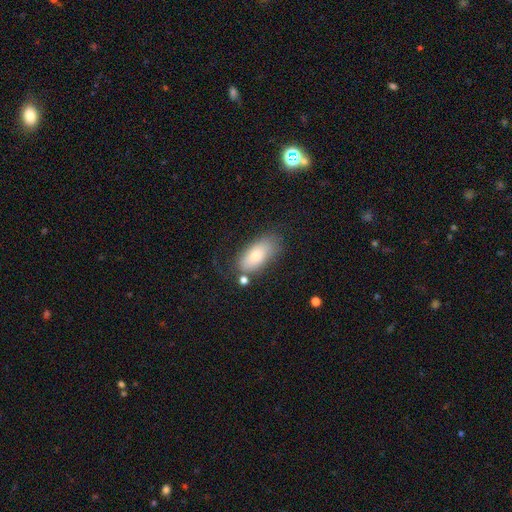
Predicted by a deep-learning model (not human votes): Overall: smooth (77%). How rounded: in between (89%). Merging: none (64%).